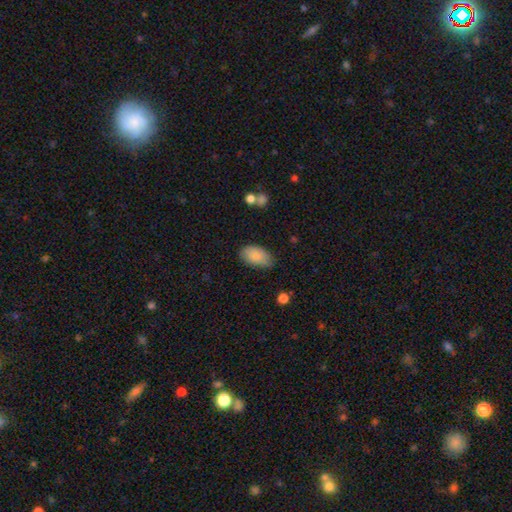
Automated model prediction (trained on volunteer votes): Smooth or featured? Predicted: smooth (p=0.84). How rounded? Predicted: in between (p=0.93). Merging? Predicted: none (p=0.67).